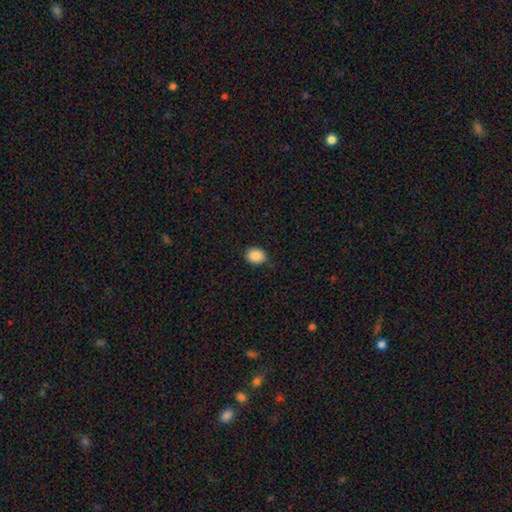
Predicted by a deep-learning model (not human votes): Smooth or featured: smooth — 89% (star or artifact — 8%)
How rounded: in between — 54% (round — 45%)
Merging: none — 81% (minor disturbance — 15%)